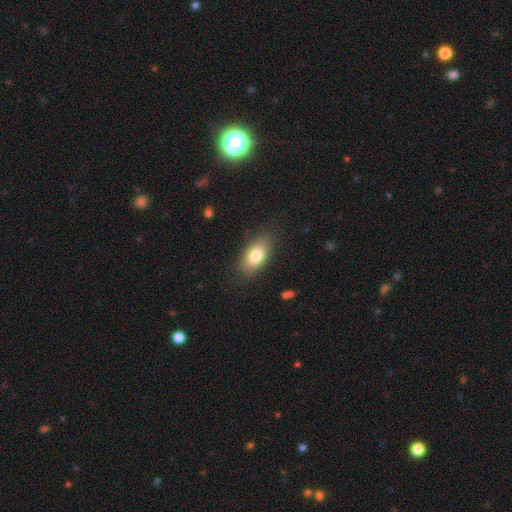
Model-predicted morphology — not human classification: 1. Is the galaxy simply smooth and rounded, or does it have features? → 80% smooth, 13% featured or disk, 8% star or artifact.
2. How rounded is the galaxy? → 89% in between, 6% round, 5% cigar-shaped.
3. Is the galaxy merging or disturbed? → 82% none, 13% minor disturbance, 4% major disturbance, 1% merger.